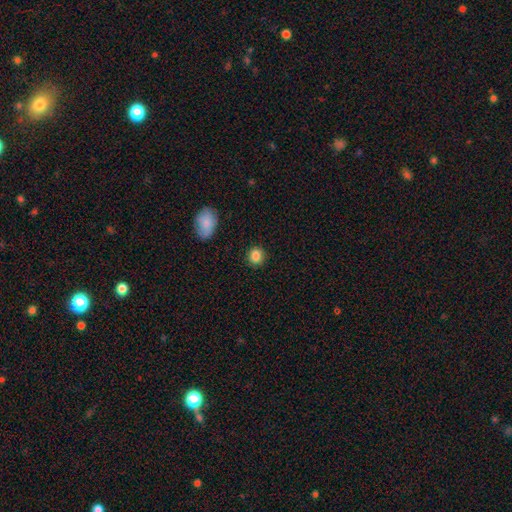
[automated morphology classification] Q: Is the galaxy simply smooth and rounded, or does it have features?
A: smooth — 86%.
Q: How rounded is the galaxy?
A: round — 82%.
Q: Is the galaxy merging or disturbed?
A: none — 89%.